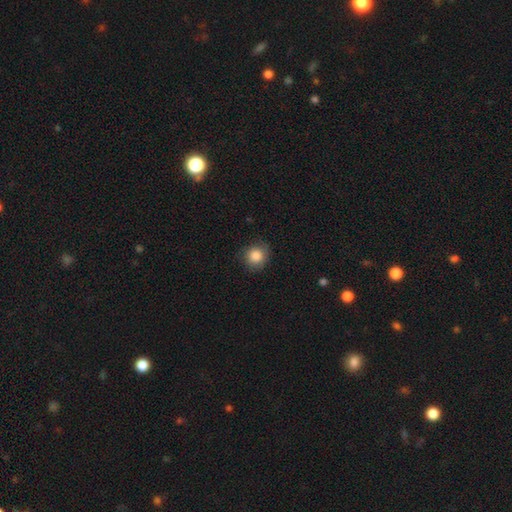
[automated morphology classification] Smooth or featured? smooth (86%)
How rounded? round (87%)
Merging? none (80%)